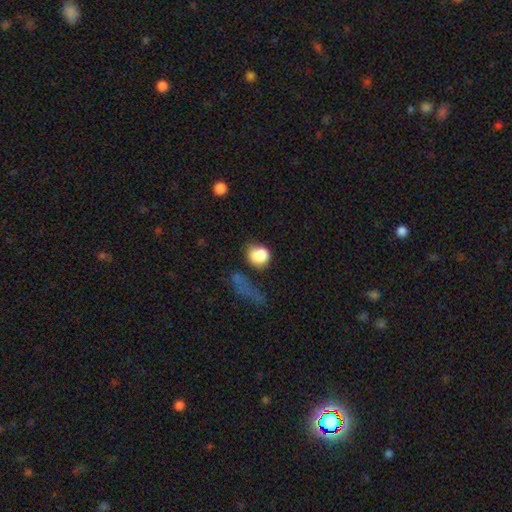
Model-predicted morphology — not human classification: smooth-or-featured: smooth: 79% | featured or disk: 11% | star or artifact: 10%
  how-rounded: round: 66% | in between: 32% | cigar-shaped: 2%
  merging: none: 32% | major disturbance: 31% | minor disturbance: 25% | merger: 12%